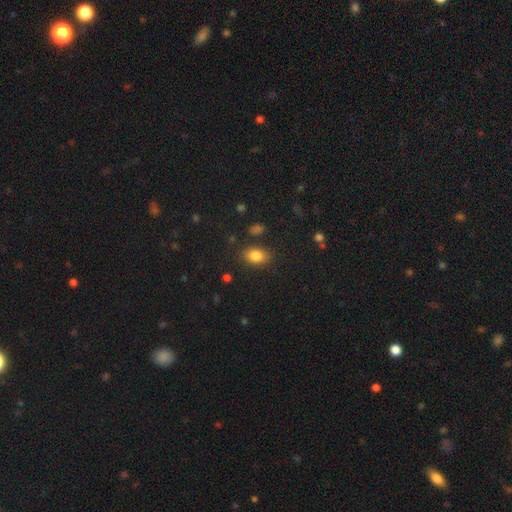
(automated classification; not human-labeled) Overall: smooth (84%). How rounded: in between (78%). Merging: none (82%).